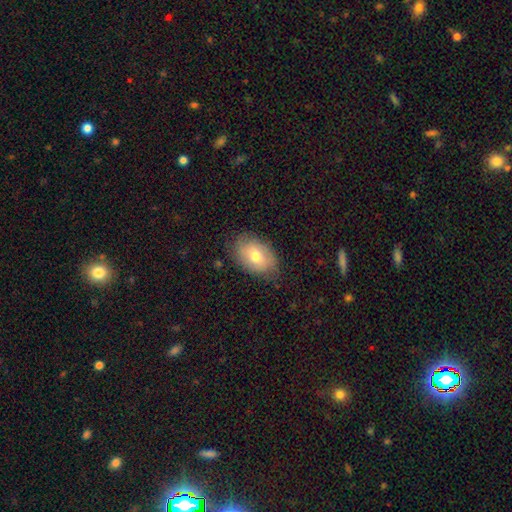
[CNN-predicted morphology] smooth-or-featured: smooth: 55% | featured or disk: 33% | star or artifact: 12%
  how-rounded: in between: 85% | round: 13% | cigar-shaped: 1%
  merging: none: 81% | minor disturbance: 14% | major disturbance: 3% | merger: 1%